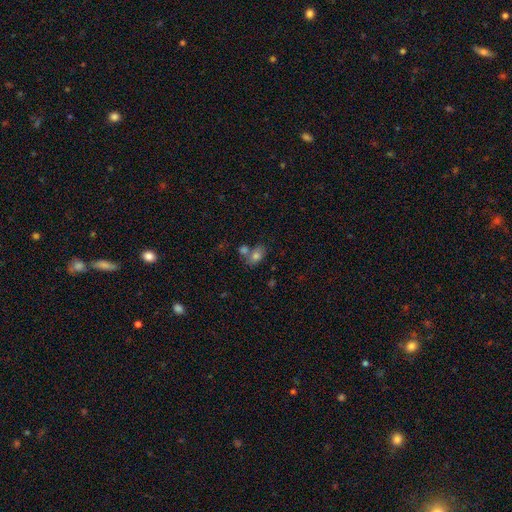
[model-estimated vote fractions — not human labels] A smooth galaxy with no disk features (76%) that is in between round and cigar-shaped (78%). Merging: none (45%).